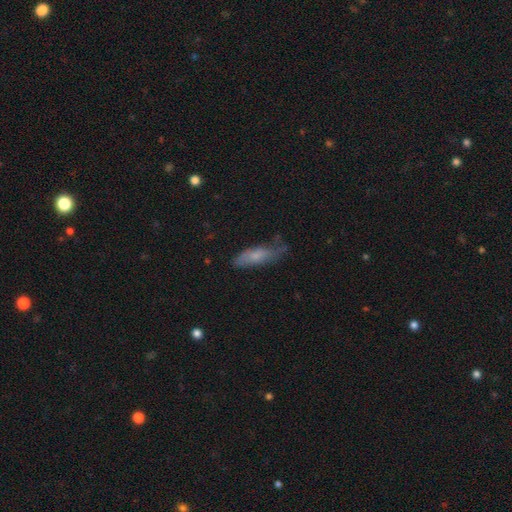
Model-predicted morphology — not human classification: A smooth galaxy with no disk features (64%) that is in between round and cigar-shaped (50%).

Vote fractions:
- Smooth or featured? smooth: 64% / featured or disk: 28% / star or artifact: 7%
- How rounded? in between: 50% / cigar-shaped: 48% / round: 2%
- Merging? none: 53% / minor disturbance: 33% / major disturbance: 12% / merger: 3%